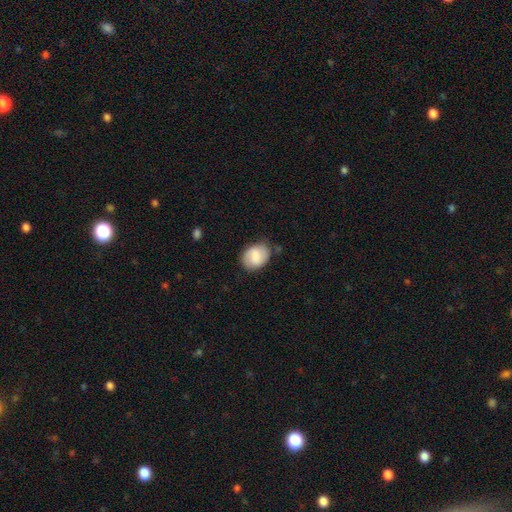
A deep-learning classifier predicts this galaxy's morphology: Q: Smooth or featured?
A: smooth (67%); runner-up: featured or disk (26%)
Q: How rounded?
A: in between (60%); runner-up: round (39%)
Q: Merging?
A: none (73%); runner-up: minor disturbance (20%)